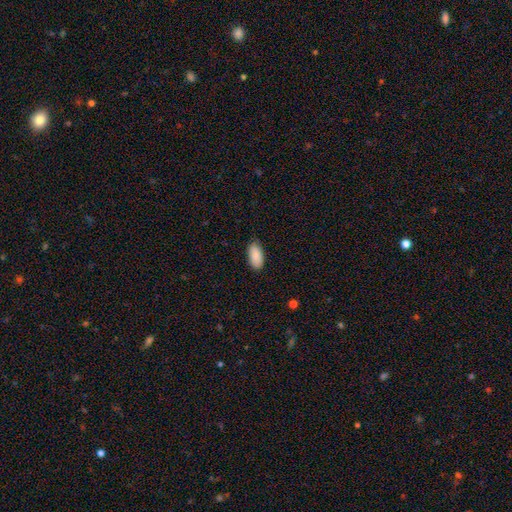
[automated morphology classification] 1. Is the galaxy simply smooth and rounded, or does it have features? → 89% smooth, 6% star or artifact, 5% featured or disk.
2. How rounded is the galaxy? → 94% in between, 5% cigar-shaped, 2% round.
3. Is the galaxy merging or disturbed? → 85% none, 12% minor disturbance, 2% major disturbance, 1% merger.